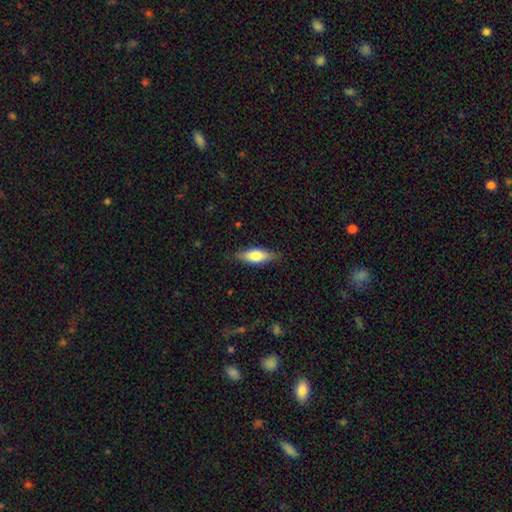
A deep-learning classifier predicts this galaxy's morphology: type=smooth (69%); roundness=in between (65%); merging=none (82%).